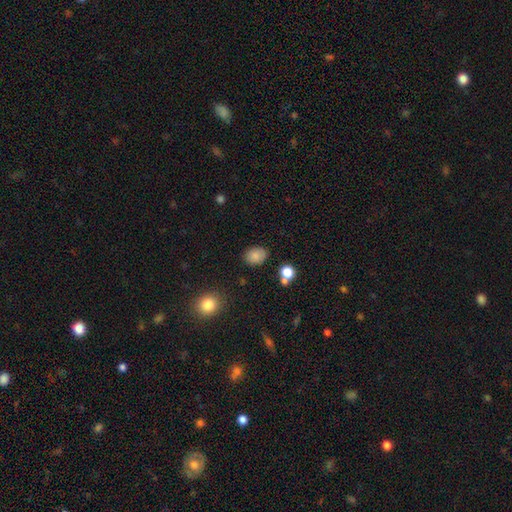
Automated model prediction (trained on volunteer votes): Morphology: type=smooth (82%); roundness=in between (56%); merging=none (81%).